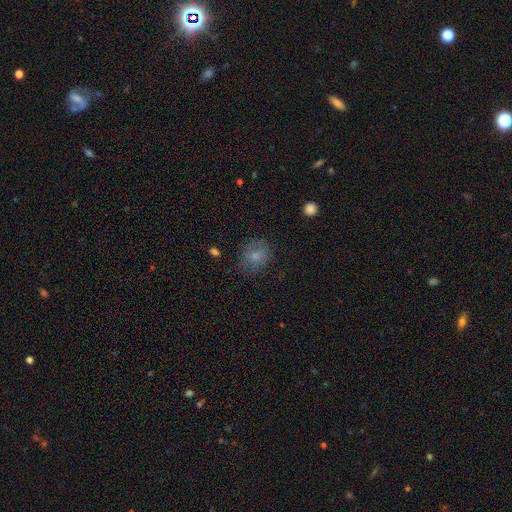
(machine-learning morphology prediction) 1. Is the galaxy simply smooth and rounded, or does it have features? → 74% smooth, 16% featured or disk, 10% star or artifact.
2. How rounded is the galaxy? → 57% round, 42% in between, 1% cigar-shaped.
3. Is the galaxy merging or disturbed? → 65% none, 23% minor disturbance, 11% major disturbance, 2% merger.